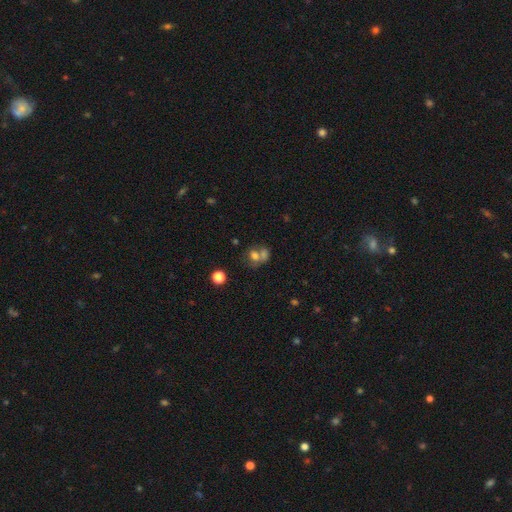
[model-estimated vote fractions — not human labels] A smooth galaxy with no disk features (66%) that is round (50%). Merging: merger (57%).